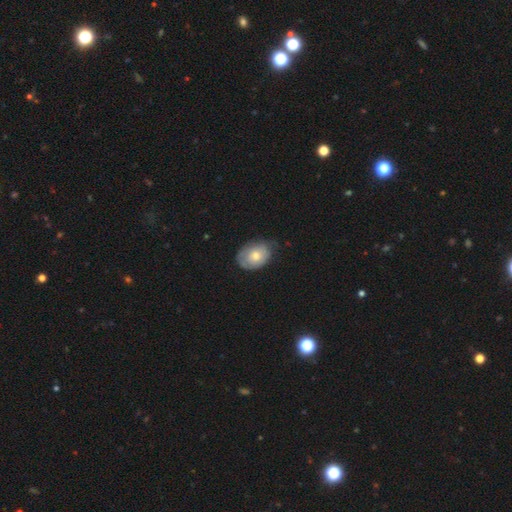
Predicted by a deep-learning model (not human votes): Smooth or featured? smooth (55%)
How rounded? in between (76%)
Merging? none (60%)